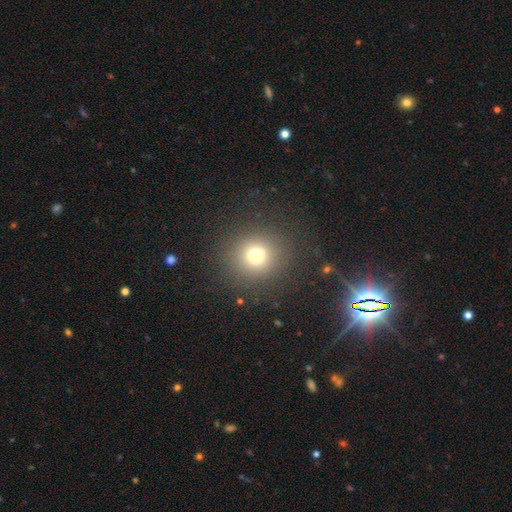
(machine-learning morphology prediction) smooth-or-featured: smooth: 73% | star or artifact: 18% | featured or disk: 9%
  how-rounded: round: 91% | in between: 8% | cigar-shaped: 1%
  merging: none: 87% | minor disturbance: 7% | major disturbance: 5% | merger: 1%